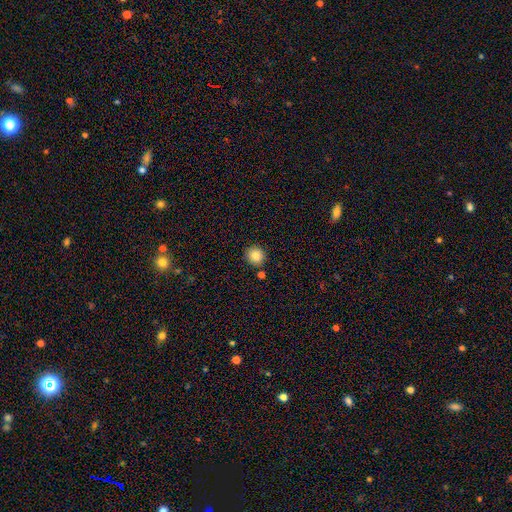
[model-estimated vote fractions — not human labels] Smooth or featured: smooth — 85% (star or artifact — 10%)
How rounded: round — 93% (in between — 6%)
Merging: none — 86% (minor disturbance — 7%)